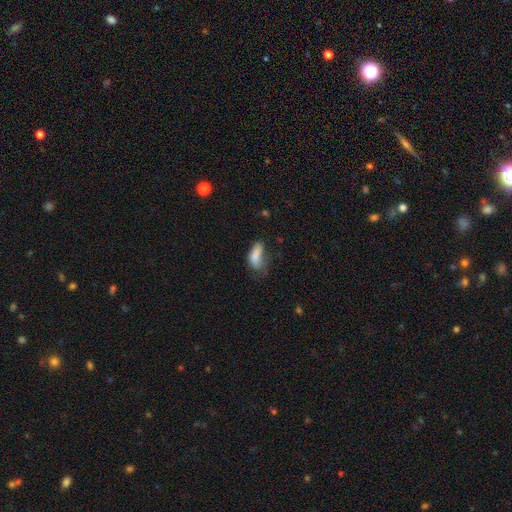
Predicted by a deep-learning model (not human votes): This is likely a smooth galaxy (78%). How rounded: clearly in between (83%). Merging: marginally minor disturbance (34%).